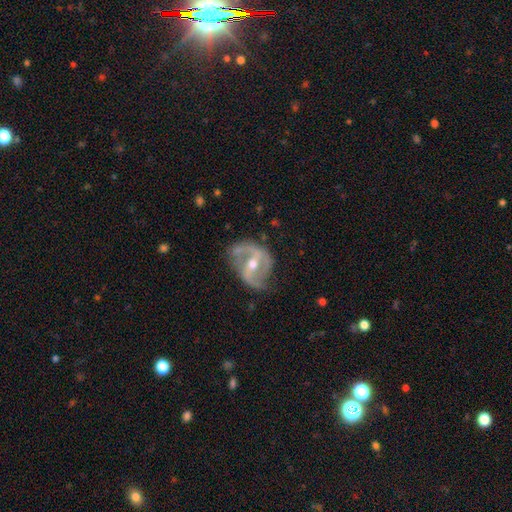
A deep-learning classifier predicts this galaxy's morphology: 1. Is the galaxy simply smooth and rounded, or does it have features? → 86% featured or disk, 8% smooth, 6% star or artifact.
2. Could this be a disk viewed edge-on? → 96% no, 4% yes.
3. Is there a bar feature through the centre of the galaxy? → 47% strong, 36% weak, 18% no.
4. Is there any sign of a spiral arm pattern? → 91% yes, 9% no.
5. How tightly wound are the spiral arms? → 45% medium, 36% loose, 19% tight.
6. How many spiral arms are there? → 84% 2, 6% can't tell, 4% 1, 3% 3, 1% 4, 1% more than 4.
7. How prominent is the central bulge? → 62% moderate, 35% small, 2% large, 1% none, 1% dominant.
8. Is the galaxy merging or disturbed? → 65% none, 22% minor disturbance, 11% major disturbance, 2% merger.